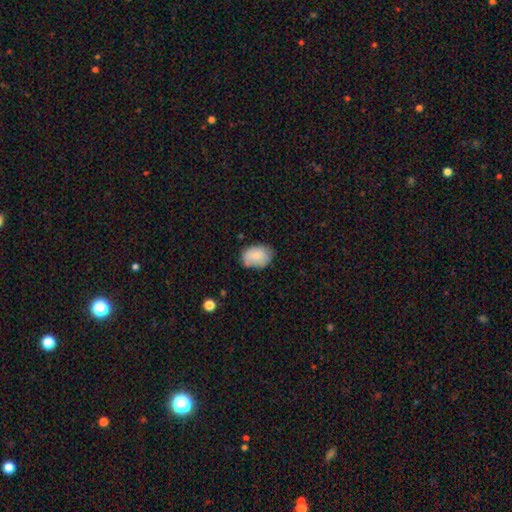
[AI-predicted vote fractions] This is clearly a smooth galaxy (83%). How rounded: likely in between (79%). Merging: likely none (67%).